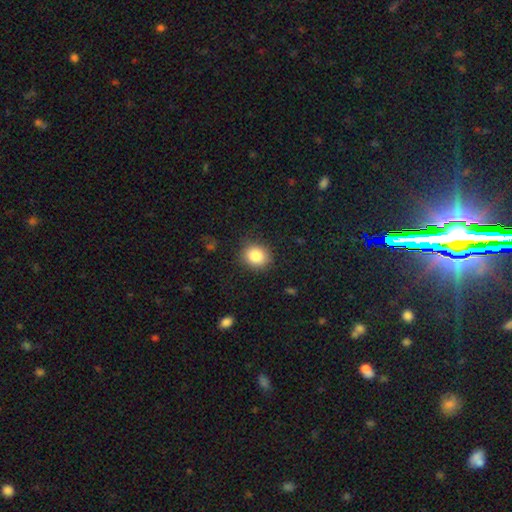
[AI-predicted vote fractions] smooth_or_featured: smooth (p=0.86) [alt: star or artifact p=0.09]
how_rounded: round (p=0.69) [alt: in between p=0.30]
merging: none (p=0.86) [alt: minor disturbance p=0.10]